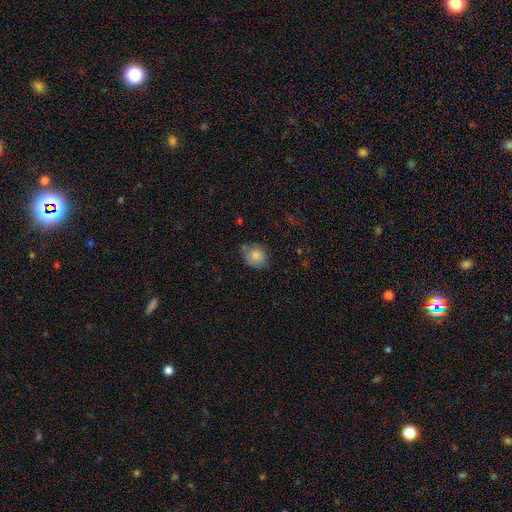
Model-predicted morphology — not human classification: Smooth or featured? Predicted: smooth (p=0.84). How rounded? Predicted: round (p=0.77). Merging? Predicted: none (p=0.71).